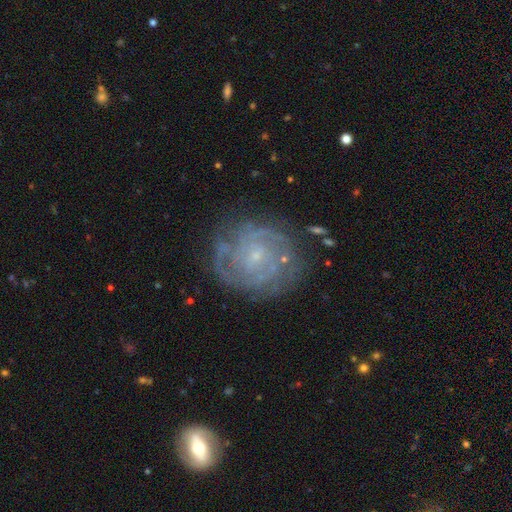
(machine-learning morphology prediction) The model was most divided on "spiral arm count": can't tell: 37%, 2: 24%, 3: 17%, 4: 10%, more than 4: 6%, 1: 6%. More confident: edge-on disk — no (98%); spiral arms — yes (91%); smooth or featured — featured or disk (80%); bulge size — small (80%); merging — none (75%); spiral winding — tight (68%); bar — no (67%).